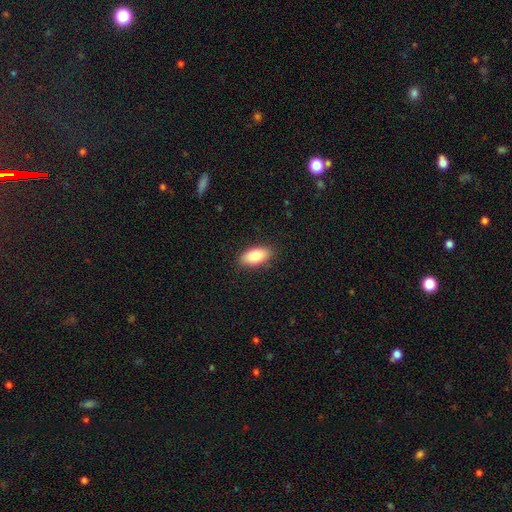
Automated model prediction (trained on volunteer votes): smooth 84%, featured or disk 9%, star or artifact 7%. Down the decision tree: how rounded — in between (91%); merging — none (87%).